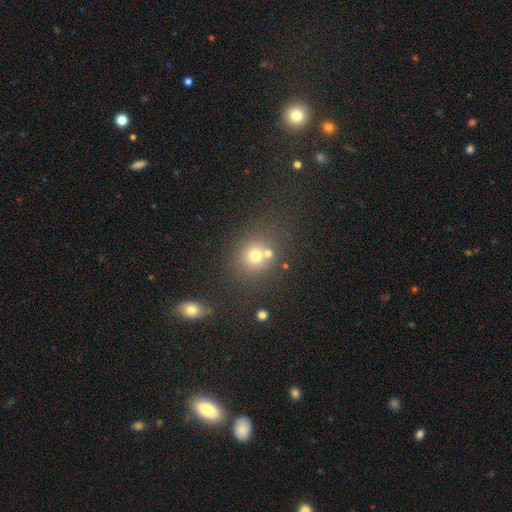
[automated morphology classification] smooth-or-featured: smooth: 69% | star or artifact: 18% | featured or disk: 13%
  how-rounded: round: 84% | in between: 15% | cigar-shaped: 1%
  merging: none: 60% | merger: 27% | minor disturbance: 9% | major disturbance: 4%